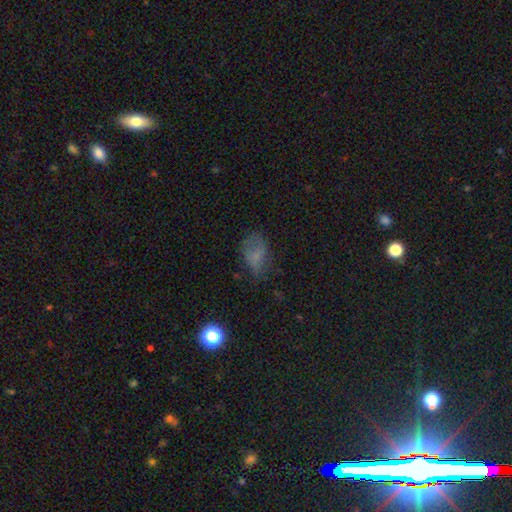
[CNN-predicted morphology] Smooth or featured? smooth (61%)
How rounded? in between (86%)
Merging? none (51%)